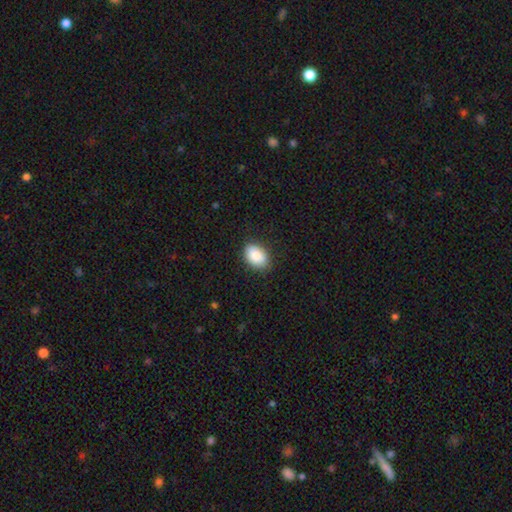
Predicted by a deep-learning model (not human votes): Smooth or featured: smooth — 88% (star or artifact — 7%)
How rounded: in between — 85% (round — 13%)
Merging: none — 86% (minor disturbance — 11%)